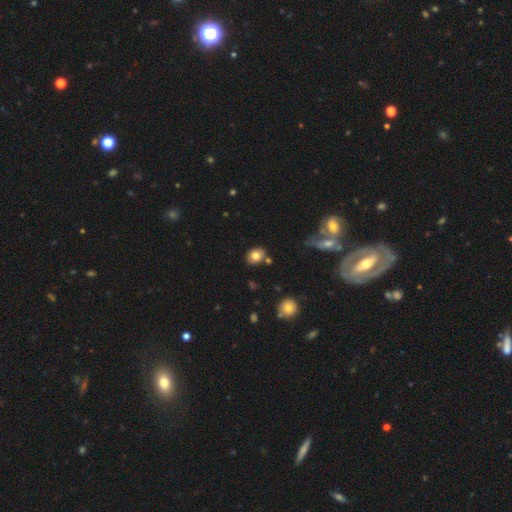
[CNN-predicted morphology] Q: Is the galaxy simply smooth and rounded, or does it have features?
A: smooth — 79%.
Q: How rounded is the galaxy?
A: round — 54%.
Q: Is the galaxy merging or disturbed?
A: none — 77%.